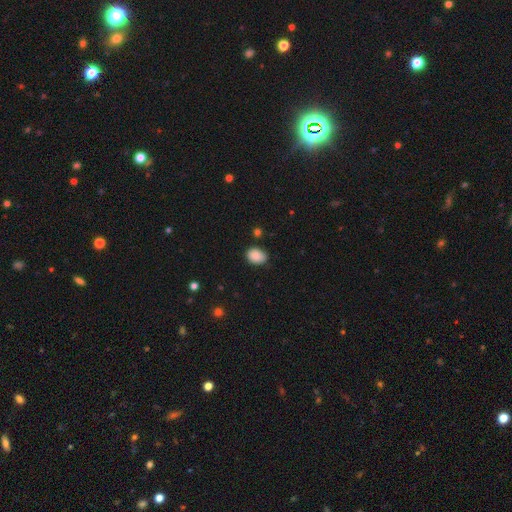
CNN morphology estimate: This is clearly a smooth galaxy (87%). How rounded: likely in between (68%). Merging: likely none (77%).